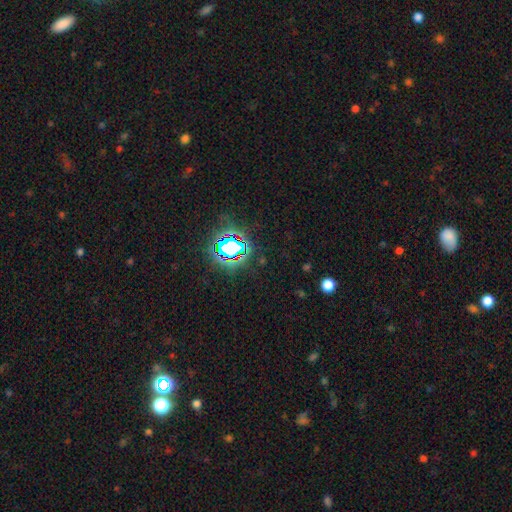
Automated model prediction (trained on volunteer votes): This appears to be a star or artifact, not a galaxy (82%).